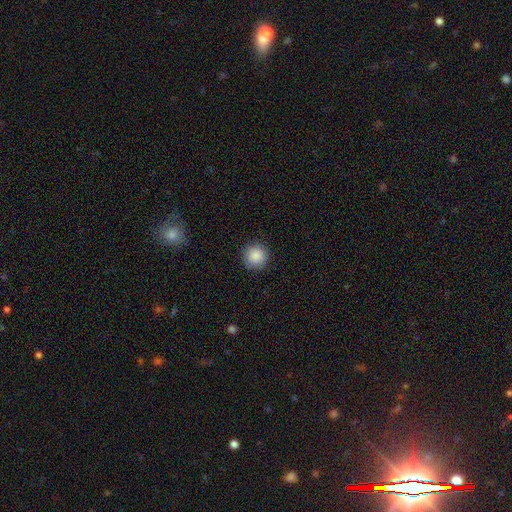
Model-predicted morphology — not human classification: Overall: smooth (88%). How rounded: round (95%). Merging: none (90%).